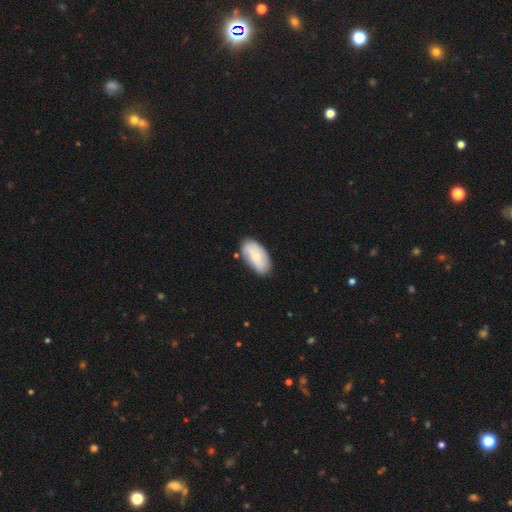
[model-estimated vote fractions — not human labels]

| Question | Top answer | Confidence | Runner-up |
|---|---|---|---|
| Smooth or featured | smooth | 70% | featured or disk (24%) |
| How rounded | in between | 94% | cigar-shaped (3%) |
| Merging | none | 69% | minor disturbance (22%) |